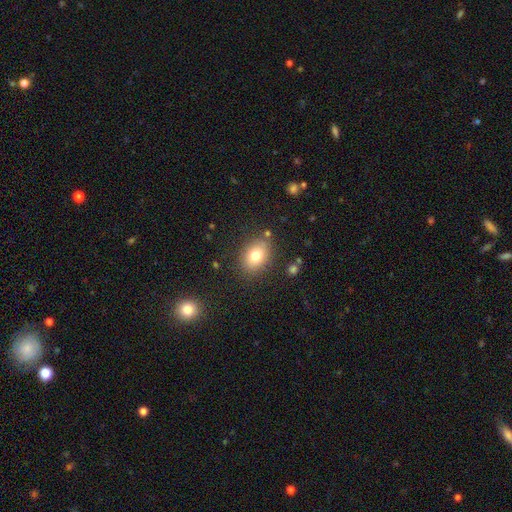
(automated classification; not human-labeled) Smooth or featured?
  - smooth: 78% *
  - featured or disk: 12%
  - star or artifact: 10%
How rounded?
  - in between: 68% *
  - round: 31%
  - cigar-shaped: 1%
Merging?
  - none: 83% *
  - minor disturbance: 11%
  - major disturbance: 3%
  - merger: 3%